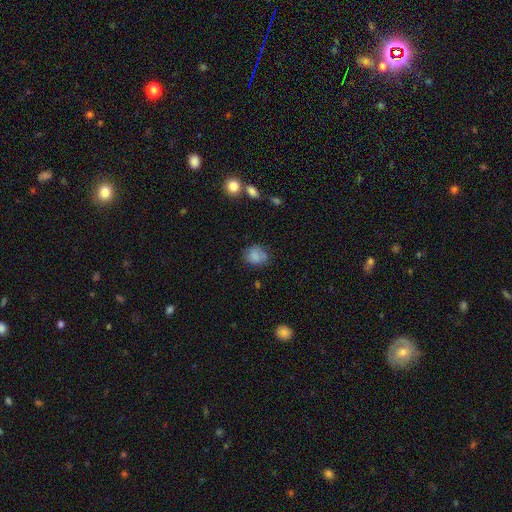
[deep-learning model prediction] Smooth or featured? smooth (81%)
How rounded? round (64%)
Merging? none (63%)